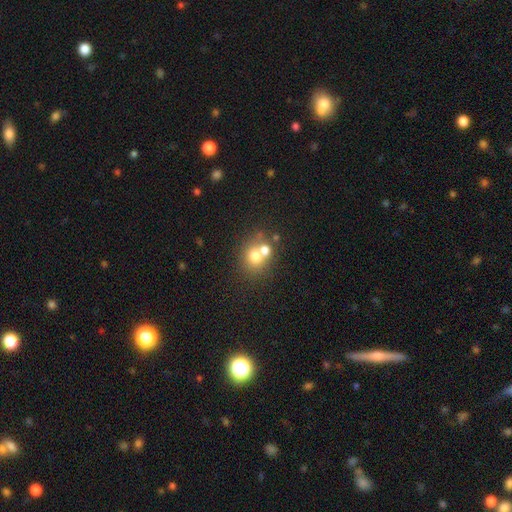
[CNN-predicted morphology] Q: Smooth or featured?
A: smooth (68%); runner-up: featured or disk (17%)
Q: How rounded?
A: round (74%); runner-up: in between (25%)
Q: Merging?
A: merger (47%); runner-up: none (42%)